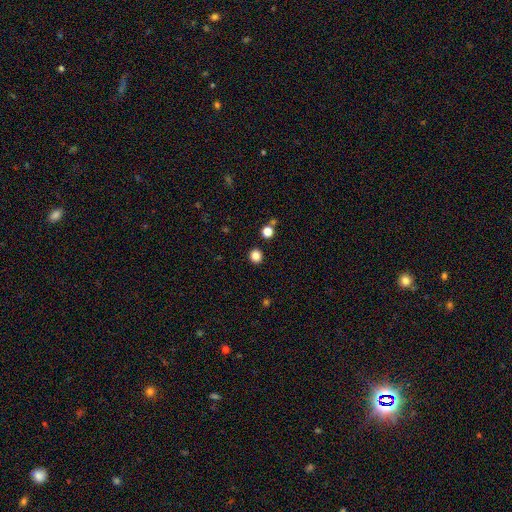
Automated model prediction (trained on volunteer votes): Morphology: type=smooth (84%); roundness=round (90%); merging=none (91%).